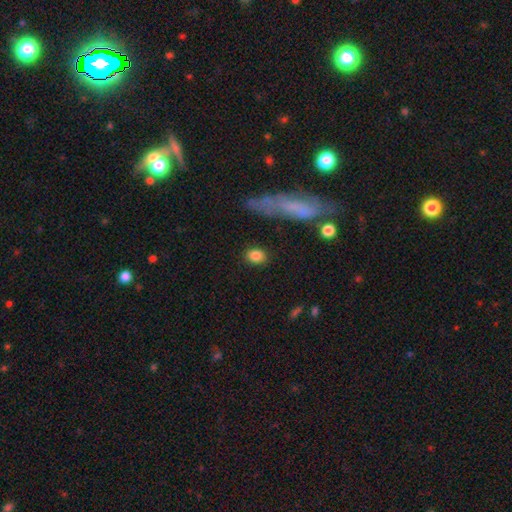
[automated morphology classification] Overall: smooth (84%). How rounded: in between (50%; round 47%). Merging: none (85%).